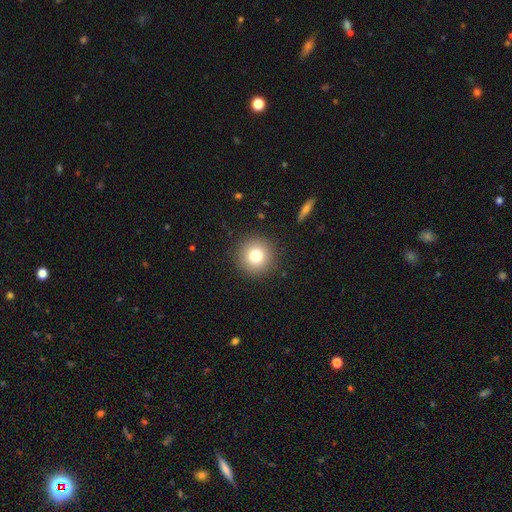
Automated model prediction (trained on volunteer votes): Morphology: type=smooth (79%); roundness=round (95%); merging=none (91%).